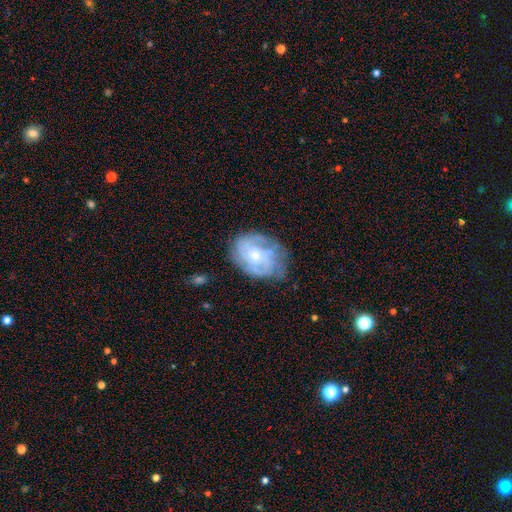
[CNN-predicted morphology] smooth-or-featured: featured or disk: 72% | smooth: 21% | star or artifact: 7%
  disk-edge-on: no: 97% | yes: 3%
    bar: no: 77% | weak: 20% | strong: 3%
    has-spiral-arms: yes: 84% | no: 16%
      spiral-winding: tight: 55% | medium: 33% | loose: 12%
      spiral-arm-count: can't tell: 45% | 3: 17% | 2: 16% | 4: 12% | more than 4: 5% | 1: 5%
    bulge-size: small: 58% | moderate: 37% | none: 2% | large: 2% | dominant: 1%
  merging: none: 65% | minor disturbance: 23% | major disturbance: 10% | merger: 2%